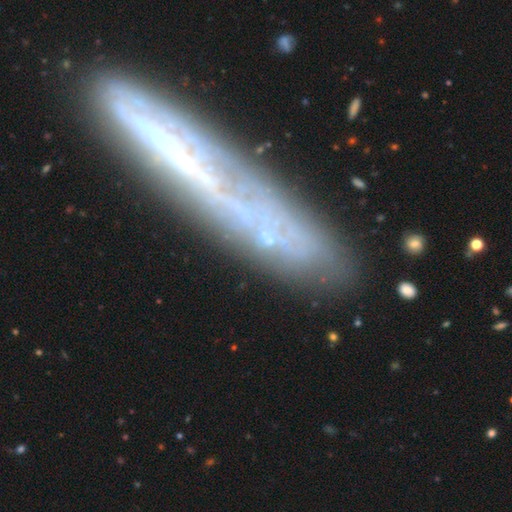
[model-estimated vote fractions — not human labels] This appears to be a featured or disk galaxy (63%) viewed edge-on (71%). Merging: none (72%).